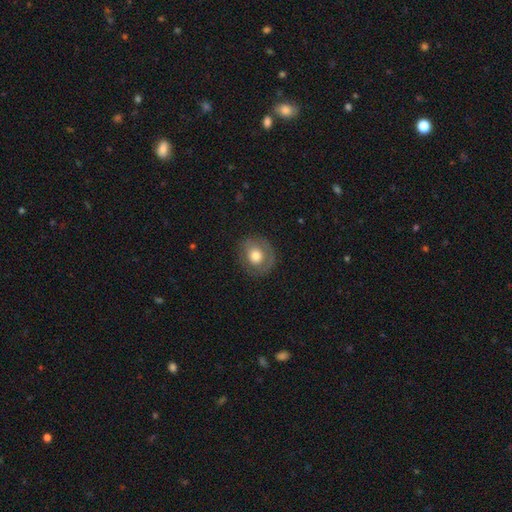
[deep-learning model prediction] Smooth or featured? smooth (64%)
How rounded? round (80%)
Merging? none (78%)